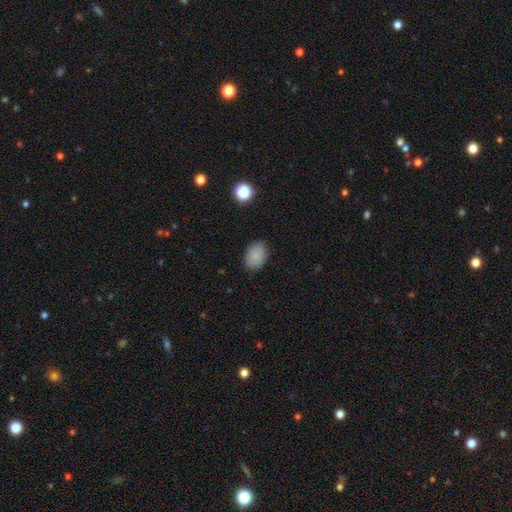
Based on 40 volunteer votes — This is clearly a smooth galaxy (88%). How rounded: possibly in between (57%). Merging: clearly none (84%).